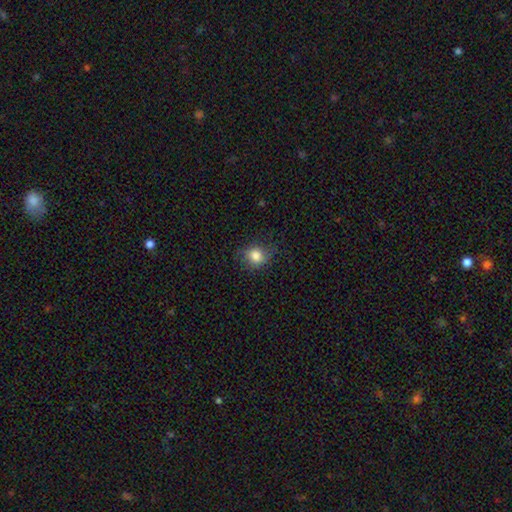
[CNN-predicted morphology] A smooth galaxy with no disk features (83%) that is round (75%).

Vote fractions:
- Smooth or featured? smooth: 83% / star or artifact: 11% / featured or disk: 7%
- How rounded? round: 75% / in between: 24% / cigar-shaped: 1%
- Merging? none: 74% / minor disturbance: 19% / major disturbance: 6% / merger: 1%